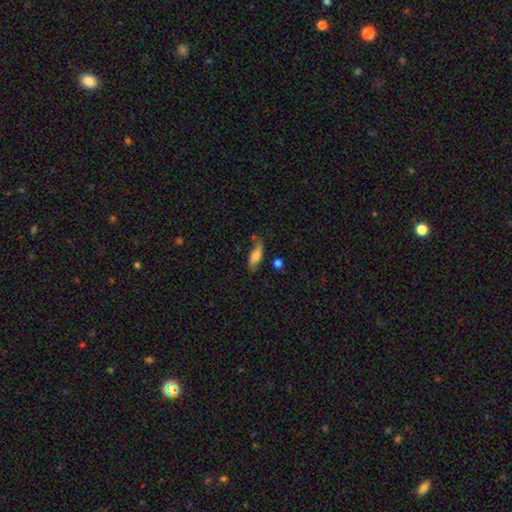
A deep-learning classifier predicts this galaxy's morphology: Smooth or featured? smooth (73%)
How rounded? in between (60%)
Merging? none (69%)